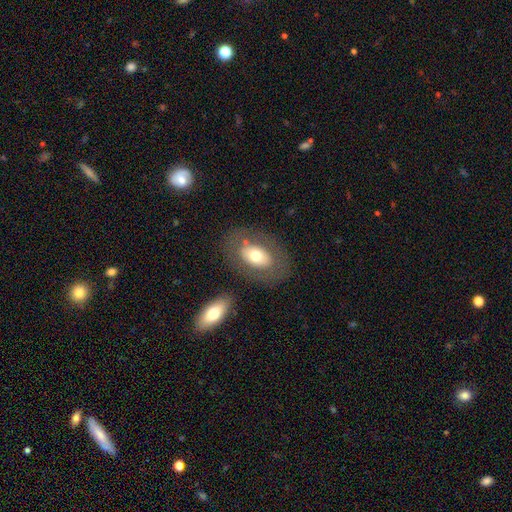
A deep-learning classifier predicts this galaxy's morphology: Smooth or featured? Predicted: smooth (p=0.60). How rounded? Predicted: in between (p=0.88). Merging? Predicted: none (p=0.76).